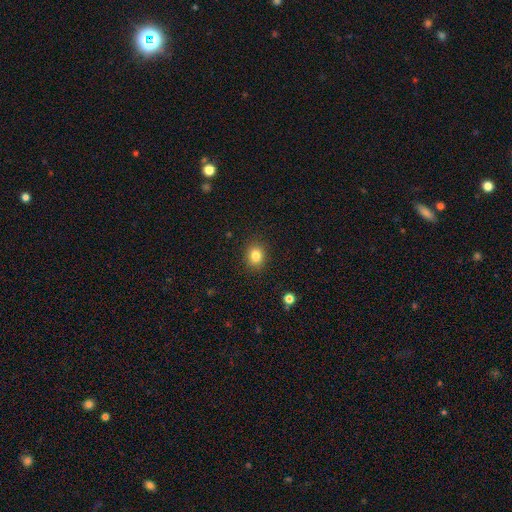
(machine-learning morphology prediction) This appears to be a smooth galaxy with no disk features (83%) that is round (64%). Merging: none (90%).